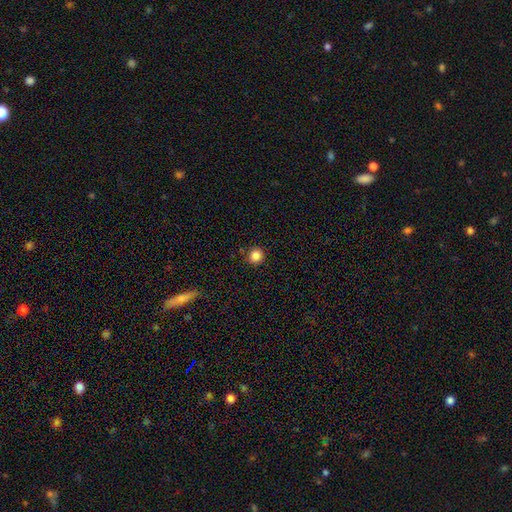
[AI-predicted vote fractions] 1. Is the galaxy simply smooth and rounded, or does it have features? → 86% smooth, 11% star or artifact, 3% featured or disk.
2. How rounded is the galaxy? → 93% round, 6% in between, 1% cigar-shaped.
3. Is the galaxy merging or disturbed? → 89% none, 7% minor disturbance, 2% major disturbance, 2% merger.